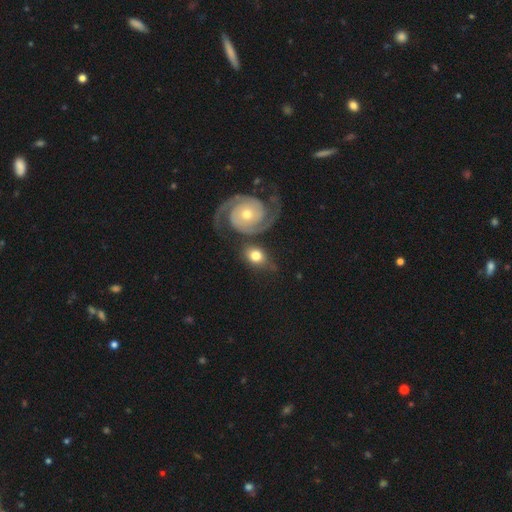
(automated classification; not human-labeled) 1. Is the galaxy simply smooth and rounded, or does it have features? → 56% featured or disk, 37% smooth, 7% star or artifact.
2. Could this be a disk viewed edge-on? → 95% no, 5% yes.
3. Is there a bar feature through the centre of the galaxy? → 72% no, 20% weak, 8% strong.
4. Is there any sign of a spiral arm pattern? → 91% yes, 9% no.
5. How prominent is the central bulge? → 53% moderate, 31% small, 12% large, 3% dominant, 2% none.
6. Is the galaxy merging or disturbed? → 56% none, 22% merger, 15% minor disturbance, 7% major disturbance.